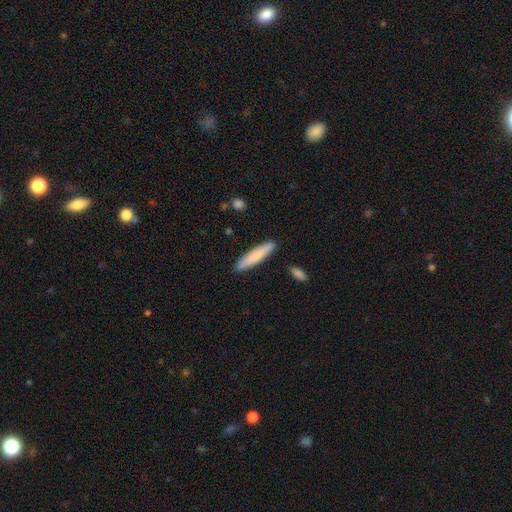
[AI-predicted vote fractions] smooth_or_featured: smooth (p=0.77) [alt: featured or disk p=0.18]
how_rounded: cigar-shaped (p=0.85) [alt: in between p=0.14]
merging: none (p=0.89) [alt: minor disturbance p=0.08]